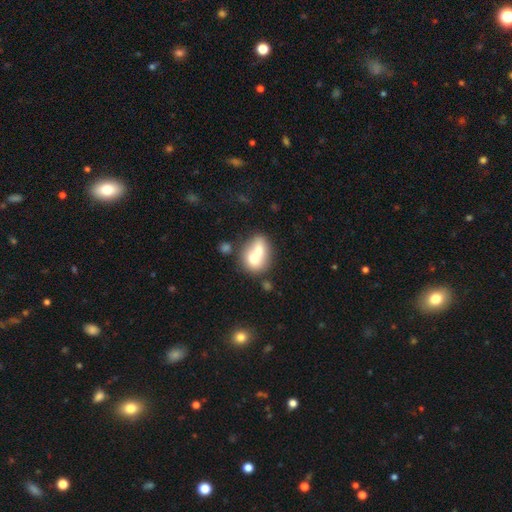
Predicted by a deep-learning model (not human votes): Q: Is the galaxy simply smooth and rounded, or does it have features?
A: smooth — 67%.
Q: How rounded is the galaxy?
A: in between — 53%.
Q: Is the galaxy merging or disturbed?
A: merger — 63%.